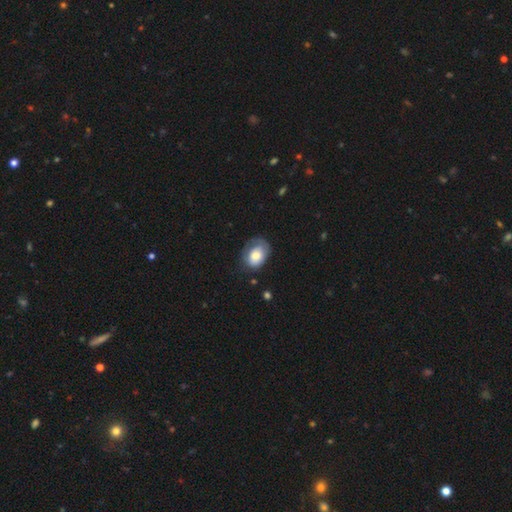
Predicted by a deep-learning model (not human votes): A smooth galaxy with no disk features (67%) that is in between round and cigar-shaped (74%).

Vote fractions:
- Smooth or featured? smooth: 67% / featured or disk: 26% / star or artifact: 7%
- How rounded? in between: 74% / round: 25% / cigar-shaped: 1%
- Merging? none: 51% / minor disturbance: 30% / major disturbance: 17% / merger: 2%